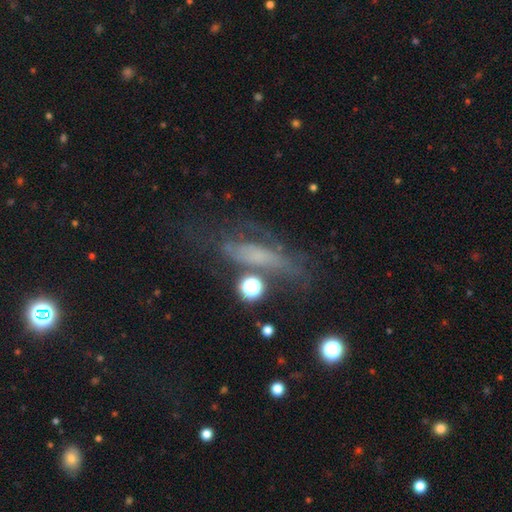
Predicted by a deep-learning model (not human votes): The model was most divided on "smooth or featured": featured or disk: 43%, smooth: 38%, star or artifact: 19%. Remaining: merging — none (44%).